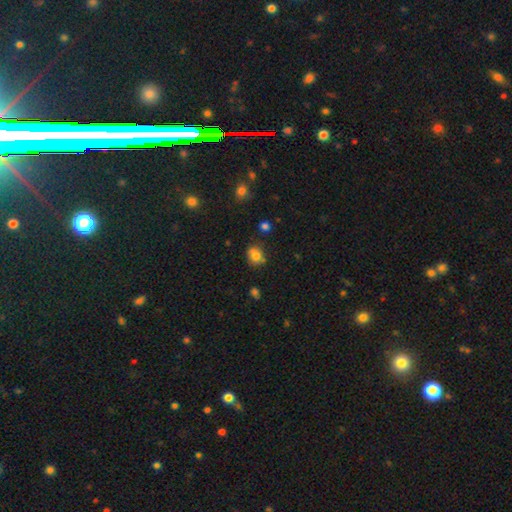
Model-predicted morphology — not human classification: Smooth or featured? Predicted: smooth (p=0.74). How rounded? Predicted: round (p=0.63). Merging? Predicted: none (p=0.60).